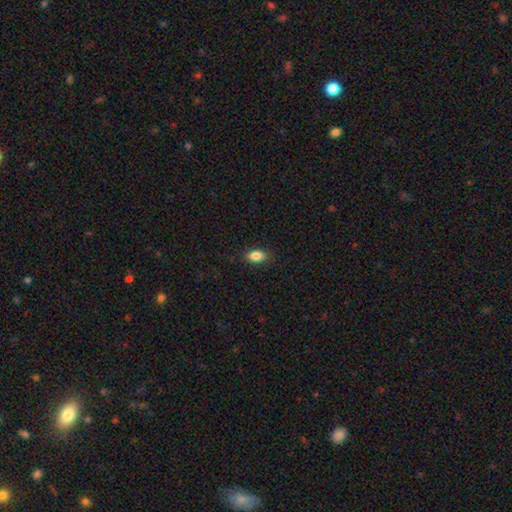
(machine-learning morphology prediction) This appears to be a smooth galaxy with no disk features (85%) that is in between round and cigar-shaped (89%). Merging: none (87%).